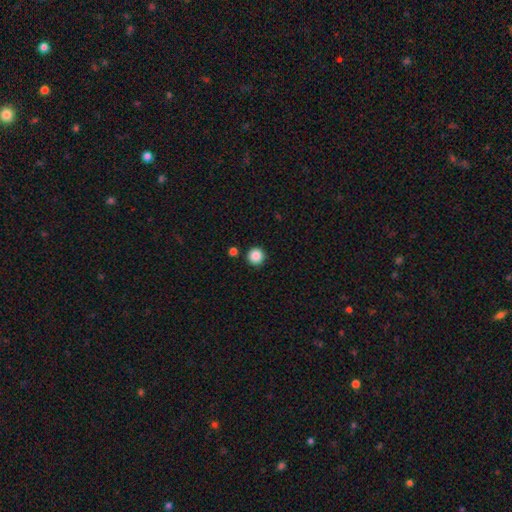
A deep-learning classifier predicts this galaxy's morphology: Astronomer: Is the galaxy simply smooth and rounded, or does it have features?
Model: smooth — 87%.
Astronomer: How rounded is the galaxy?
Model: round — 96%.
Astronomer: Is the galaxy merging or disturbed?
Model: none — 90%.